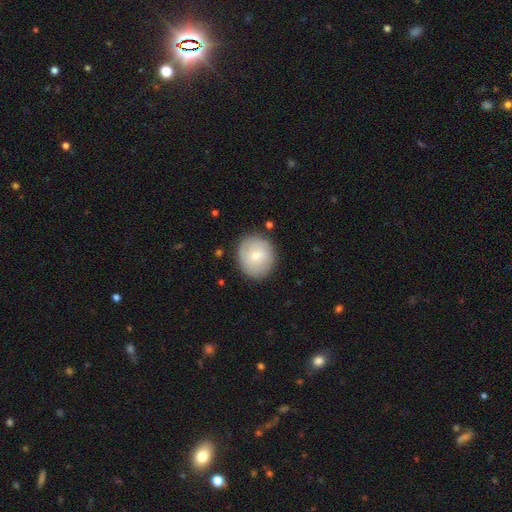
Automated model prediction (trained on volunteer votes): Overall: smooth (54%; featured or disk 39%). How rounded: round (82%). Merging: none (84%).